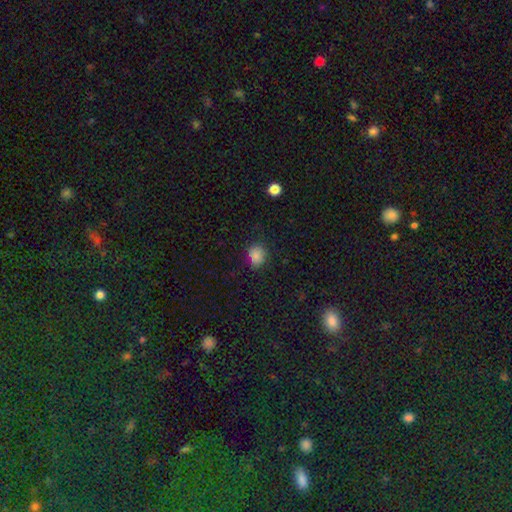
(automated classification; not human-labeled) A smooth galaxy with no disk features (83%) that is round (63%).

Vote fractions:
- Smooth or featured? smooth: 83% / star or artifact: 12% / featured or disk: 5%
- How rounded? round: 63% / in between: 36% / cigar-shaped: 1%
- Merging? none: 78% / minor disturbance: 16% / major disturbance: 4% / merger: 2%